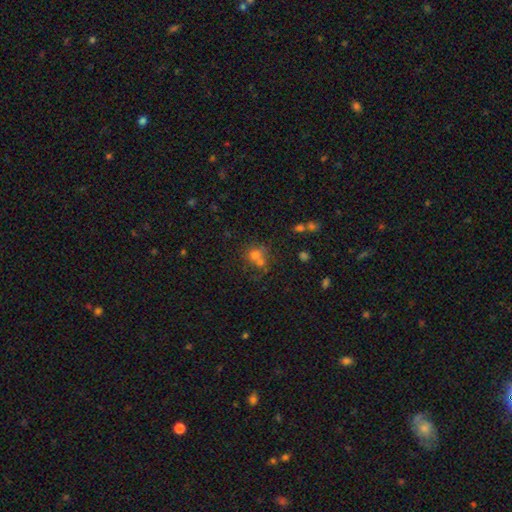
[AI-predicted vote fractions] Overall: smooth (59%; star or artifact 26%). How rounded: round (81%). Merging: none (47%; merger 39%).